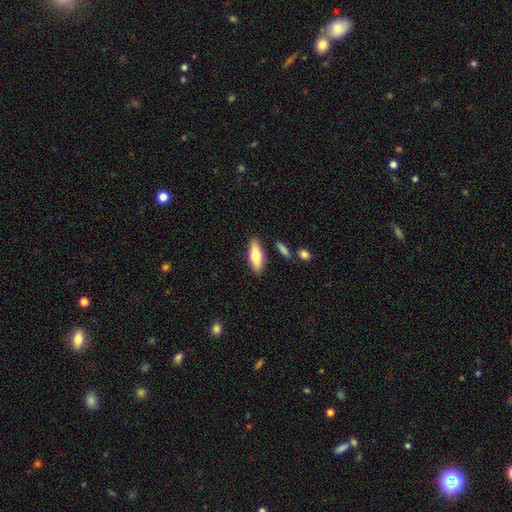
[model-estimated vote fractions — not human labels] Smooth or featured? smooth (73%)
How rounded? in between (64%)
Merging? none (83%)